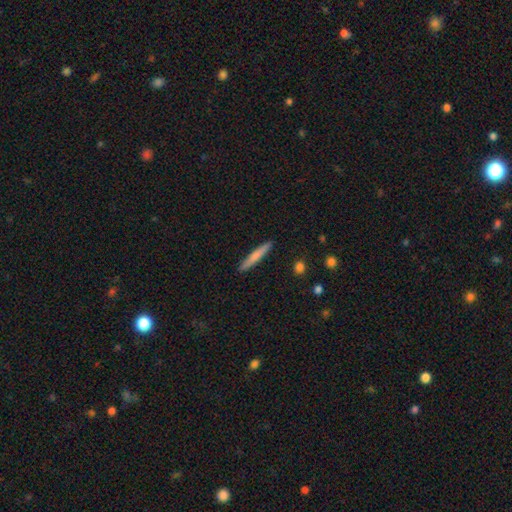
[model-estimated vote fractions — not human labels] Smooth or featured? smooth (69%)
How rounded? cigar-shaped (95%)
Merging? none (91%)